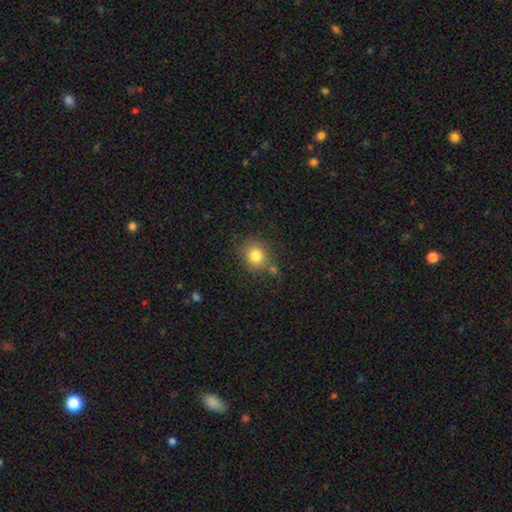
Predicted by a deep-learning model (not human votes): smooth_or_featured: smooth (p=0.81) [alt: star or artifact p=0.11]
how_rounded: round (p=0.80) [alt: in between p=0.20]
merging: none (p=0.71) [alt: minor disturbance p=0.15]